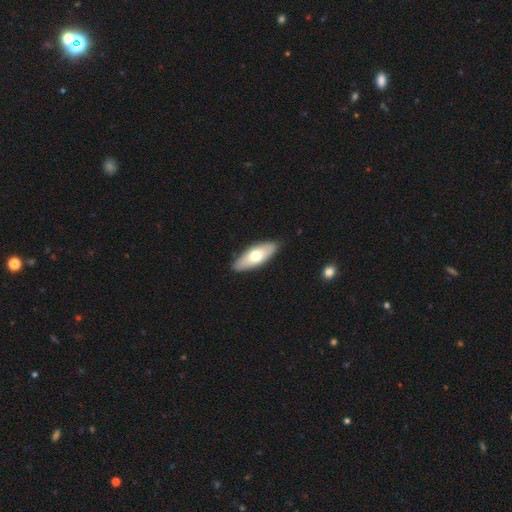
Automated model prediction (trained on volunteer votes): smooth 63%, featured or disk 32%, star or artifact 5%. Down the decision tree: how rounded — in between (73%); merging — none (88%).